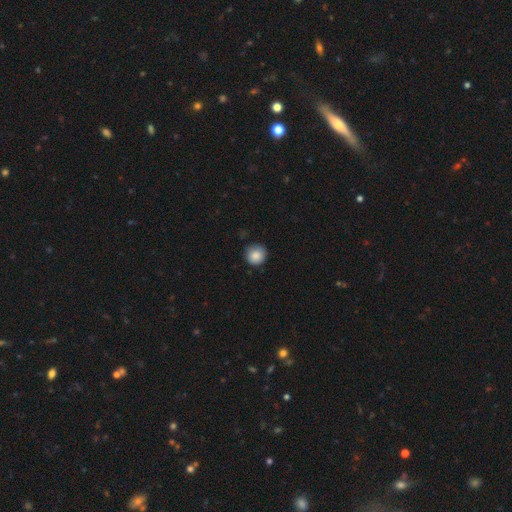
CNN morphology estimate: This appears to be a smooth galaxy with no disk features (86%) that is round (92%). Merging: none (81%).